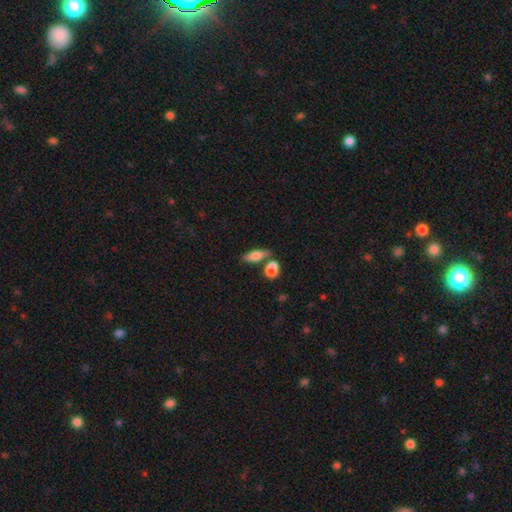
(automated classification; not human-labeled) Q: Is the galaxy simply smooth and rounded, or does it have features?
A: smooth — 68%.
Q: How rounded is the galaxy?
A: in between — 68%.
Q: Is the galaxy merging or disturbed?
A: none — 58%.